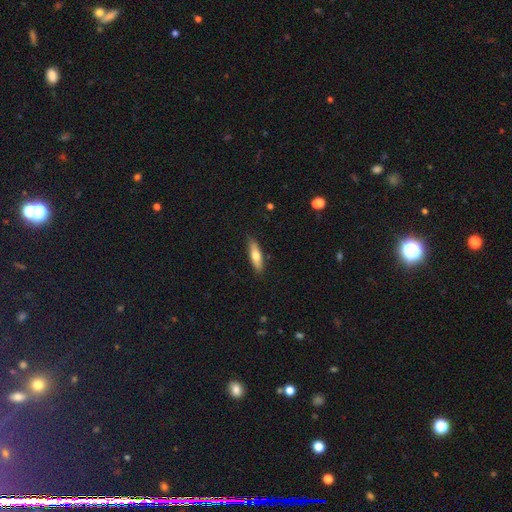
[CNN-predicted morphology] A smooth galaxy with no disk features (65%) that is cigar-shaped (63%). Merging: none (87%).